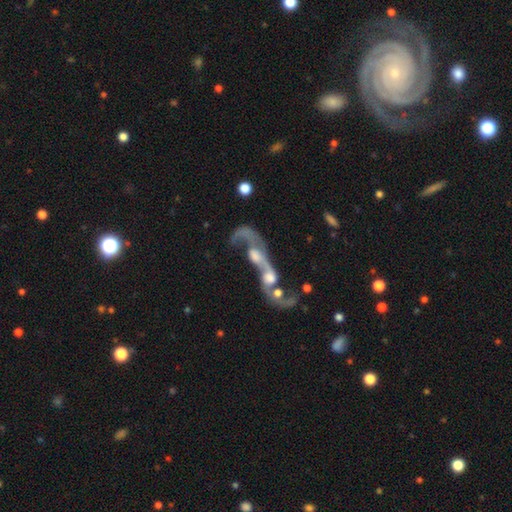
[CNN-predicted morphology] smooth-or-featured: featured or disk: 61% | smooth: 27% | star or artifact: 12%
  disk-edge-on: no: 86% | yes: 14%
    bar: no: 71% | weak: 22% | strong: 7%
    has-spiral-arms: yes: 57% | no: 43%
    bulge-size: moderate: 40% | large: 23% | none: 16% | small: 16% | dominant: 4%
  merging: merger: 81% | major disturbance: 11% | none: 5% | minor disturbance: 3%